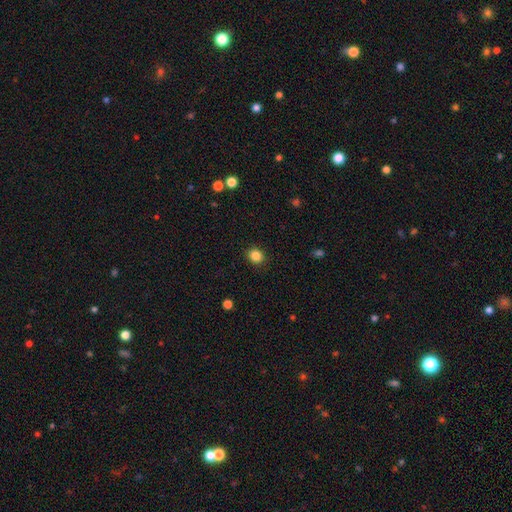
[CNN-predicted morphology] smooth_or_featured: smooth (p=0.85) [alt: star or artifact p=0.11]
how_rounded: round (p=0.75) [alt: in between p=0.24]
merging: none (p=0.90) [alt: minor disturbance p=0.07]